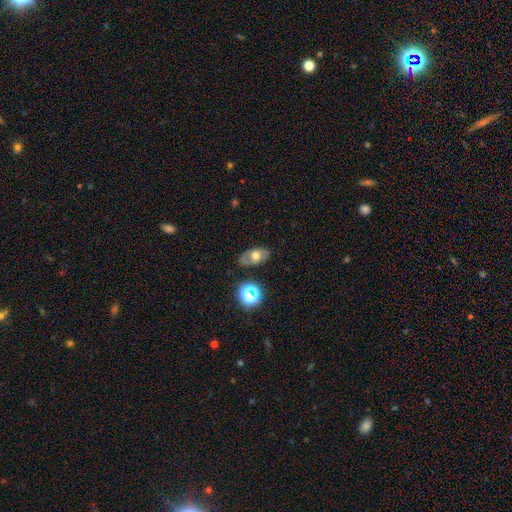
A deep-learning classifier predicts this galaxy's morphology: A smooth galaxy with no disk features (50%) that is in between round and cigar-shaped (83%). Merging: none (79%).